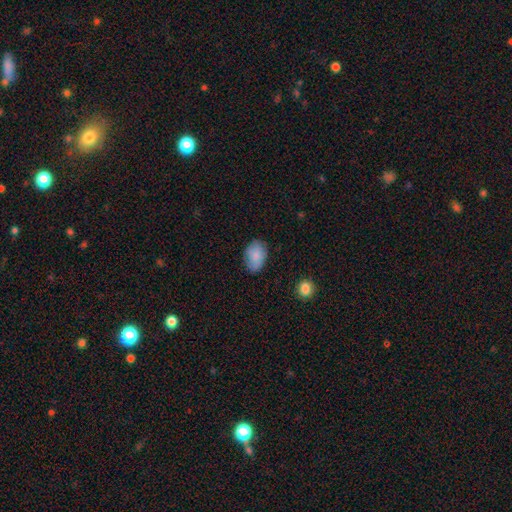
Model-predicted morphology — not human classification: Smooth or featured? Predicted: smooth (p=0.83). How rounded? Predicted: in between (p=0.85). Merging? Predicted: none (p=0.74).